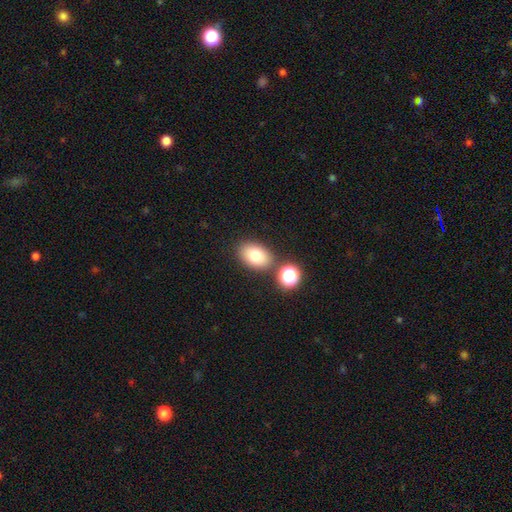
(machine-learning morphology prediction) Smooth or featured? Predicted: smooth (p=0.79). How rounded? Predicted: in between (p=0.82). Merging? Predicted: none (p=0.79).